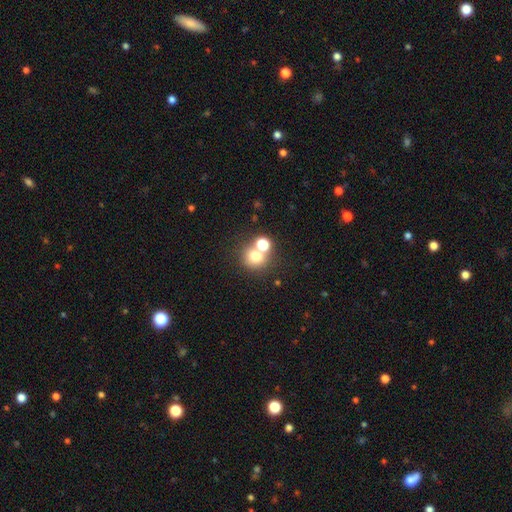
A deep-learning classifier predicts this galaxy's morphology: smooth-or-featured: smooth: 72% | star or artifact: 16% | featured or disk: 12%
  how-rounded: round: 84% | in between: 15% | cigar-shaped: 1%
  merging: none: 53% | merger: 36% | minor disturbance: 7% | major disturbance: 4%